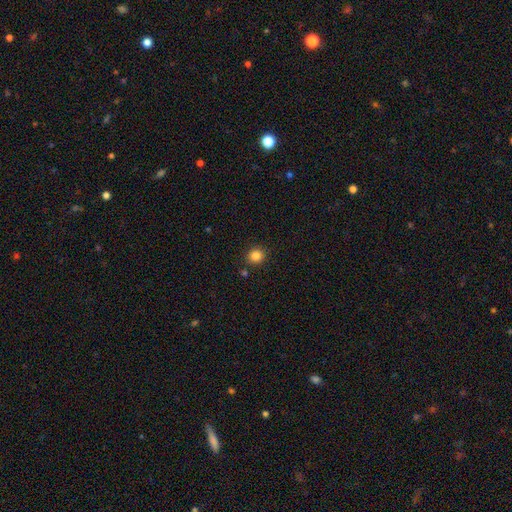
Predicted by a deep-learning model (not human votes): A smooth galaxy with no disk features (84%) that is round (87%).

Vote fractions:
- Smooth or featured? smooth: 84% / star or artifact: 12% / featured or disk: 4%
- How rounded? round: 87% / in between: 12% / cigar-shaped: 1%
- Merging? none: 88% / minor disturbance: 7% / merger: 3% / major disturbance: 2%